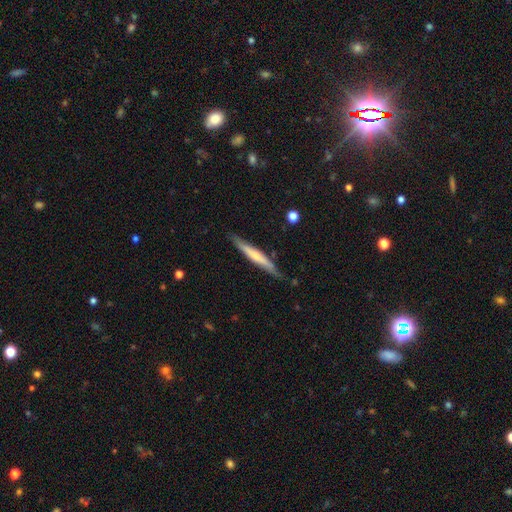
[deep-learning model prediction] Smooth or featured: featured or disk — 52% (smooth — 43%)
Edge-on disk: yes — 94% (no — 6%)
Merging: none — 82% (minor disturbance — 14%)